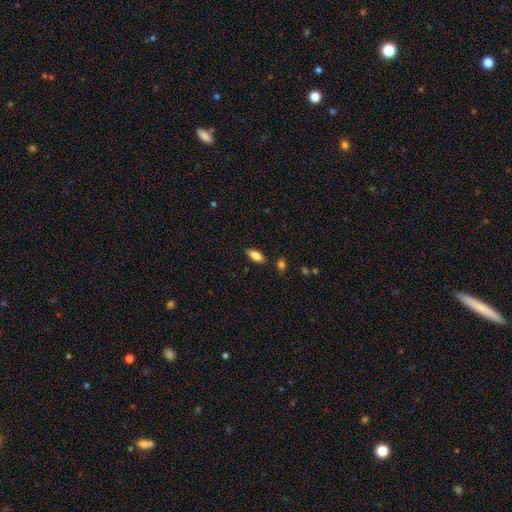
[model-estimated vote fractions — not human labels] smooth-or-featured: smooth: 83% | featured or disk: 10% | star or artifact: 7%
  how-rounded: in between: 84% | cigar-shaped: 14% | round: 2%
  merging: none: 84% | minor disturbance: 11% | major disturbance: 2% | merger: 2%